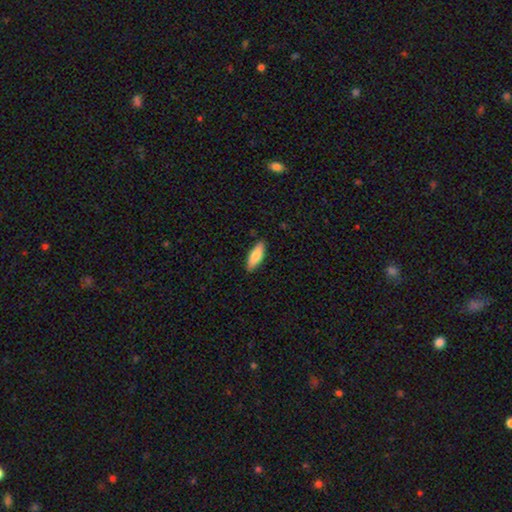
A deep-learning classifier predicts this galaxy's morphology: Overall: smooth (83%). How rounded: in between (67%; cigar-shaped 31%). Merging: none (88%).